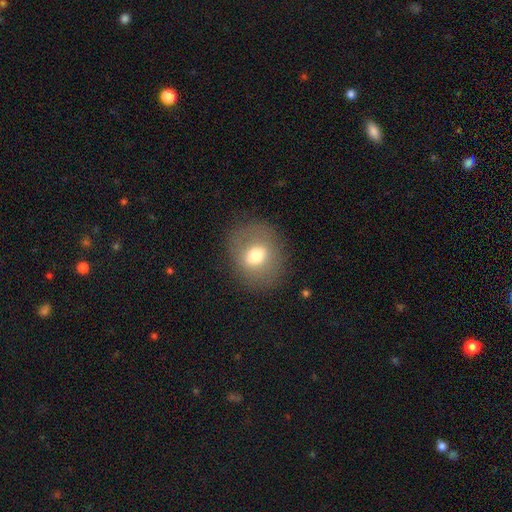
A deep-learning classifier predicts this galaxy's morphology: This is likely a smooth galaxy (64%). How rounded: likely round (61%). Merging: clearly none (81%).